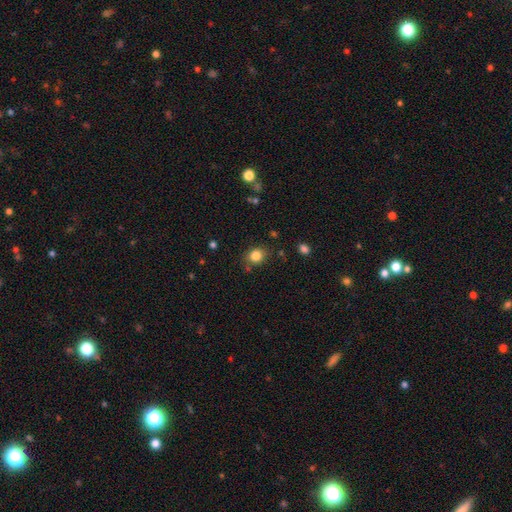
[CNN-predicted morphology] A smooth galaxy with no disk features (83%) that is round (64%).

Vote fractions:
- Smooth or featured? smooth: 83% / star or artifact: 11% / featured or disk: 6%
- How rounded? round: 64% / in between: 35% / cigar-shaped: 1%
- Merging? none: 81% / minor disturbance: 12% / major disturbance: 3% / merger: 3%